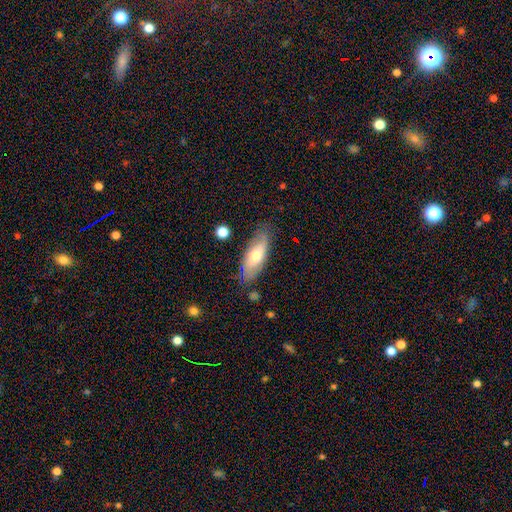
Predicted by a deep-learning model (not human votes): Smooth or featured? smooth (58%)
How rounded? in between (74%)
Merging? none (76%)